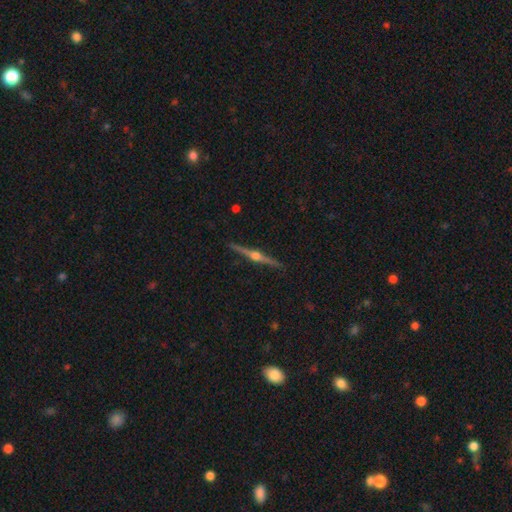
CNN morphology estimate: Smooth or featured?
  - featured or disk: 87% *
  - smooth: 9%
  - star or artifact: 5%
Edge-on disk?
  - yes: 99% *
  - no: 1%
Edge-on bulge?
  - rounded: 96% *
  - boxy: 3%
  - none: 2%
Merging?
  - none: 92% *
  - minor disturbance: 6%
  - major disturbance: 1%
  - merger: 1%